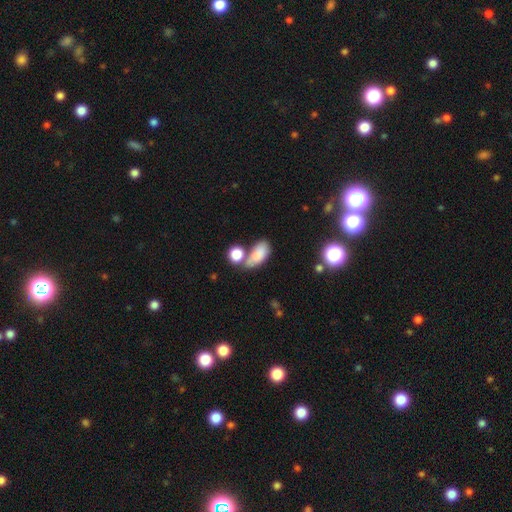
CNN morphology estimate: Smooth or featured? smooth (79%)
How rounded? in between (87%)
Merging? none (40%)